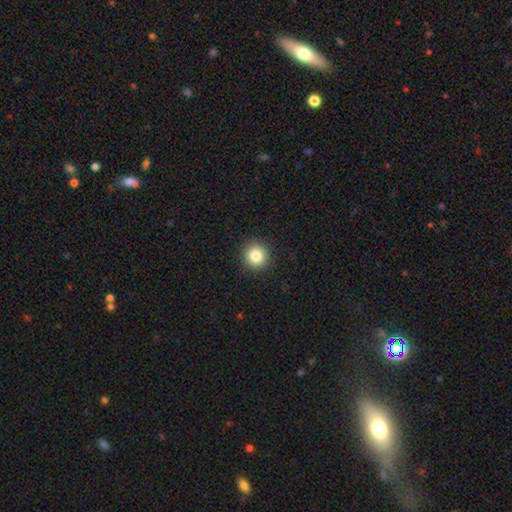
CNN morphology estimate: Smooth or featured?
  - smooth: 82% *
  - star or artifact: 11%
  - featured or disk: 7%
How rounded?
  - round: 95% *
  - in between: 4%
  - cigar-shaped: 1%
Merging?
  - none: 92% *
  - minor disturbance: 5%
  - major disturbance: 2%
  - merger: 1%